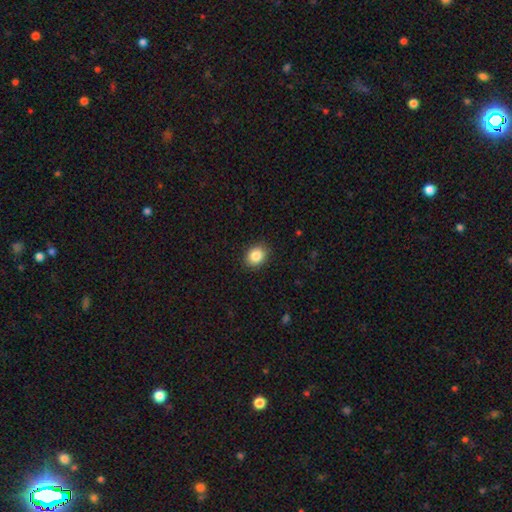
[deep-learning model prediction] smooth_or_featured: smooth (p=0.86) [alt: star or artifact p=0.09]
how_rounded: round (p=0.54) [alt: in between p=0.45]
merging: none (p=0.89) [alt: minor disturbance p=0.08]